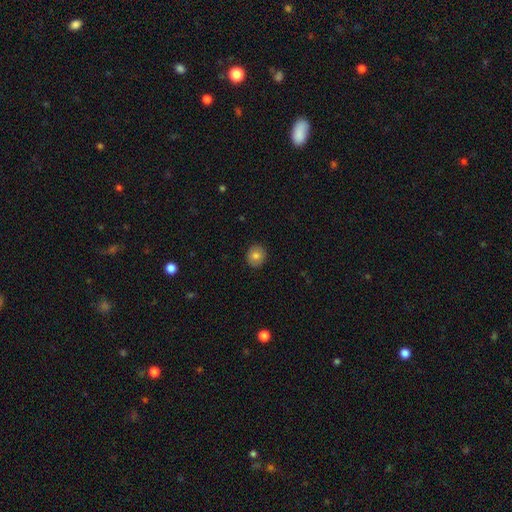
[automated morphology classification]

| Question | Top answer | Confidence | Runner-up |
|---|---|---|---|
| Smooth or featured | smooth | 80% | featured or disk (11%) |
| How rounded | round | 84% | in between (15%) |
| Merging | none | 91% | minor disturbance (7%) |